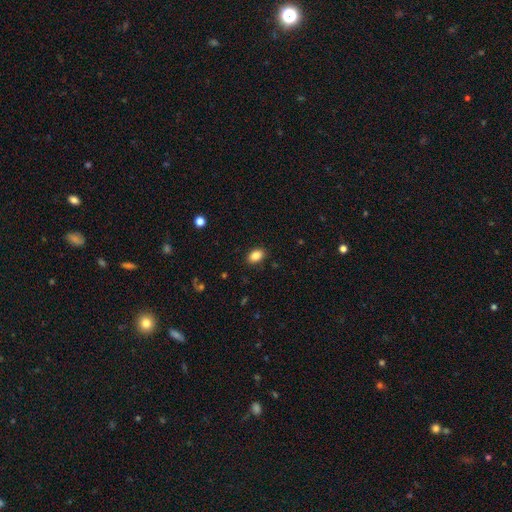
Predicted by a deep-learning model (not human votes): Smooth or featured?
  - smooth: 87% *
  - star or artifact: 9%
  - featured or disk: 5%
How rounded?
  - in between: 82% *
  - round: 16%
  - cigar-shaped: 1%
Merging?
  - none: 88% *
  - minor disturbance: 8%
  - major disturbance: 2%
  - merger: 1%